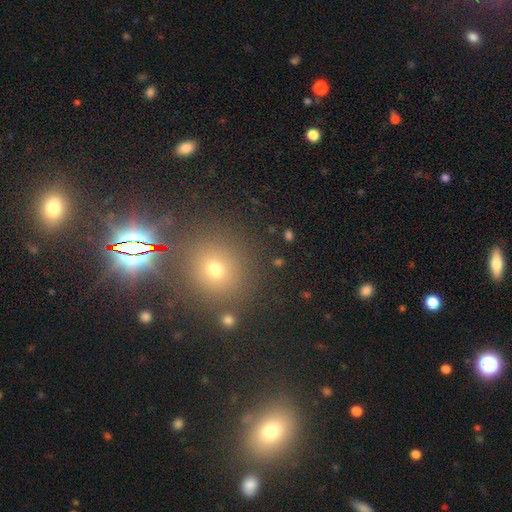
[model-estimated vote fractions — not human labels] Morphology: type=star or artifact (51%).